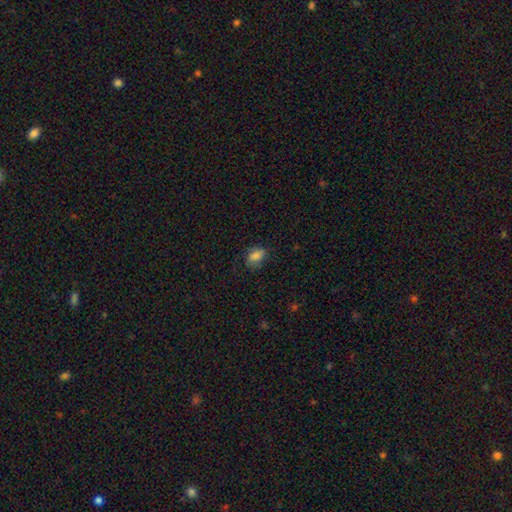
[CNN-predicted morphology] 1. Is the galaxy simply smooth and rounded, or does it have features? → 82% smooth, 11% star or artifact, 8% featured or disk.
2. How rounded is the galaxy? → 79% in between, 19% round, 2% cigar-shaped.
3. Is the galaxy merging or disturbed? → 69% none, 23% minor disturbance, 7% major disturbance, 1% merger.